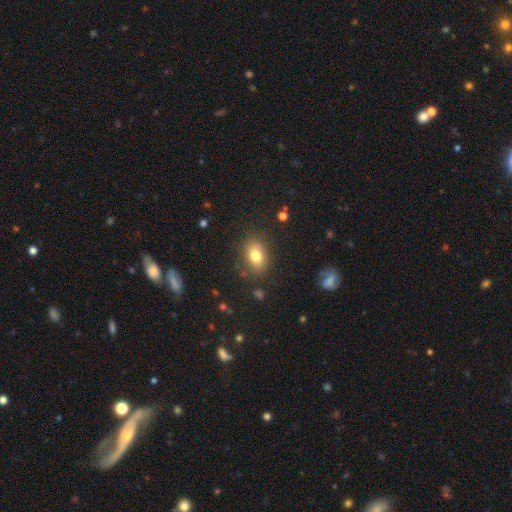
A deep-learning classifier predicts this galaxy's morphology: Smooth or featured: smooth — 78% (featured or disk — 11%)
How rounded: in between — 74% (round — 24%)
Merging: none — 82% (minor disturbance — 12%)